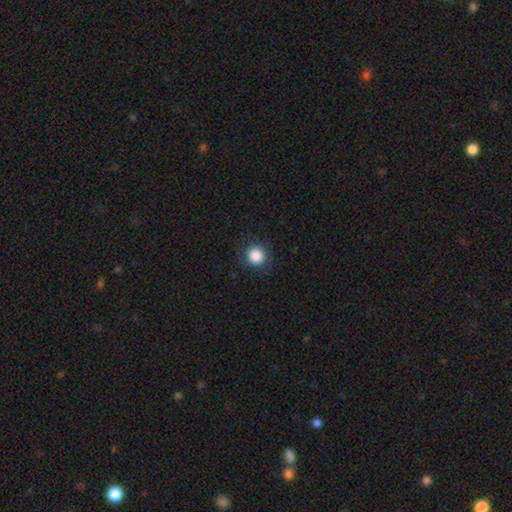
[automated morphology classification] smooth-or-featured: smooth: 86% | star or artifact: 9% | featured or disk: 4%
  how-rounded: round: 88% | in between: 11% | cigar-shaped: 1%
  merging: none: 88% | minor disturbance: 8% | major disturbance: 3% | merger: 1%